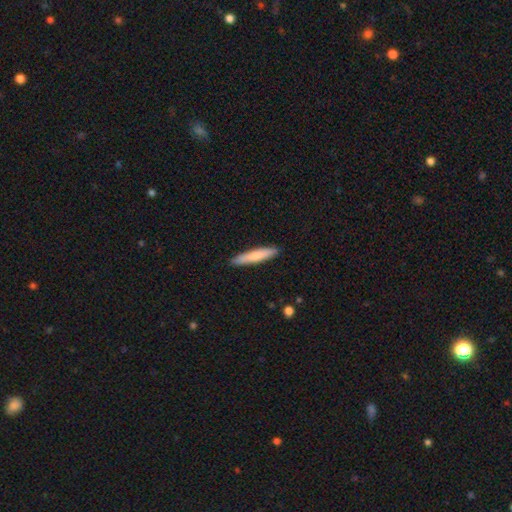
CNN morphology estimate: smooth-or-featured: smooth: 77% | featured or disk: 18% | star or artifact: 5%
  how-rounded: cigar-shaped: 91% | in between: 8% | round: 1%
  merging: none: 91% | minor disturbance: 7% | major disturbance: 1% | merger: 1%